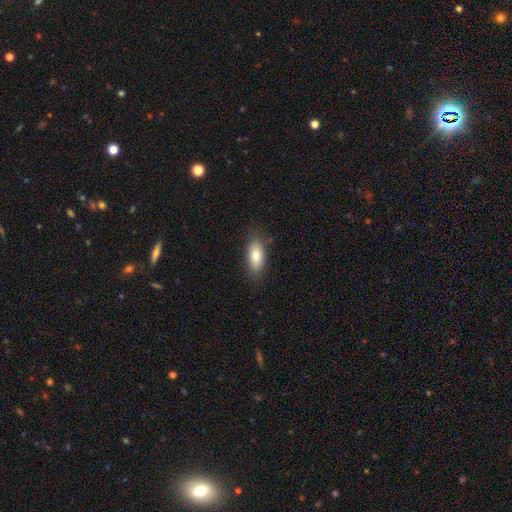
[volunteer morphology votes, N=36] This is likely a smooth galaxy (72%). How rounded: likely in between (69%). Merging: likely none (78%).